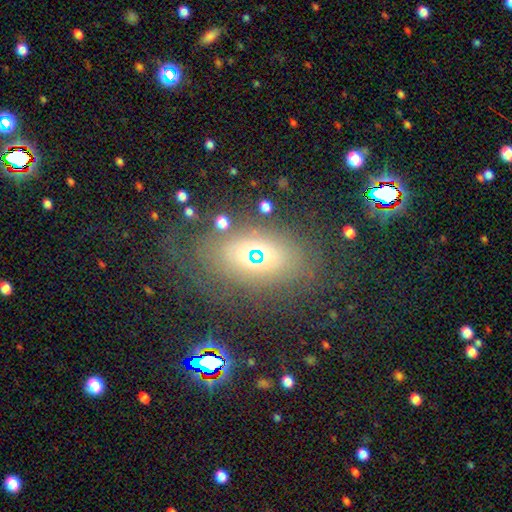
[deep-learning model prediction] smooth-or-featured: smooth: 39% | featured or disk: 32% | star or artifact: 28%
  merging: none: 71% | minor disturbance: 15% | major disturbance: 10% | merger: 3%